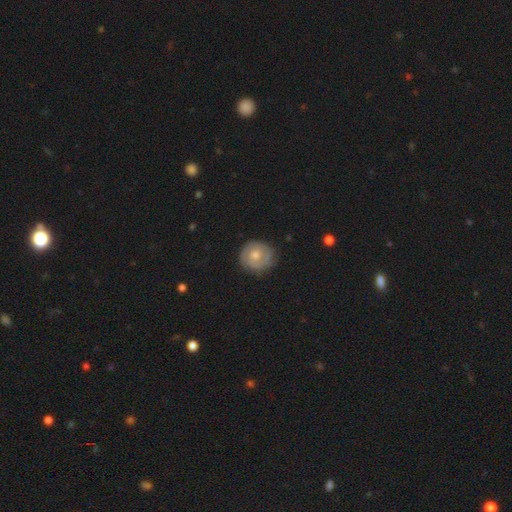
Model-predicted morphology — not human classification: Overall: featured or disk (50%; smooth 44%). Merging: none (78%).